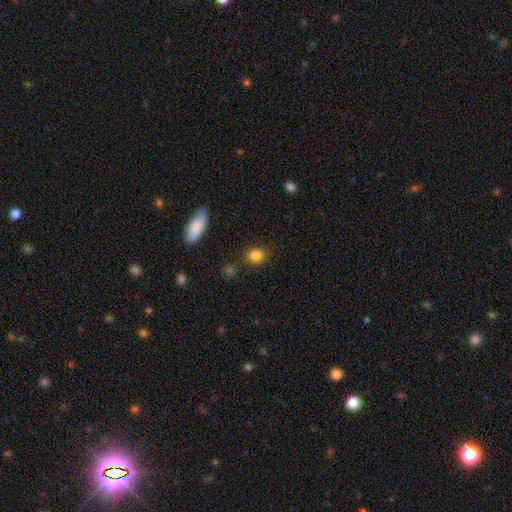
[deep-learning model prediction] Smooth or featured? Predicted: smooth (p=0.85). How rounded? Predicted: round (p=0.57). Merging? Predicted: none (p=0.83).